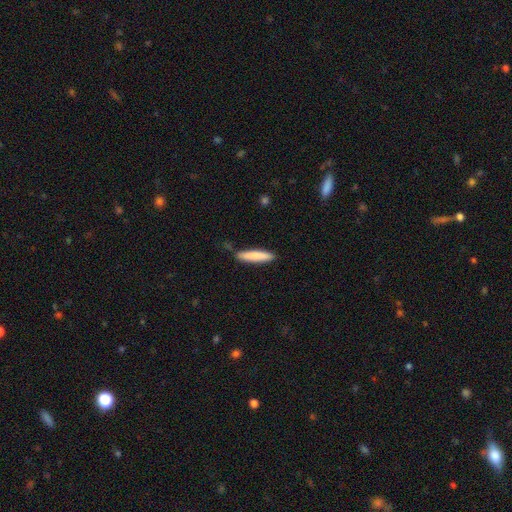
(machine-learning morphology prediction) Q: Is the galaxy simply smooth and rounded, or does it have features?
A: smooth — 82%.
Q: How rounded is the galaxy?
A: cigar-shaped — 88%.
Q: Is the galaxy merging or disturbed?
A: none — 85%.